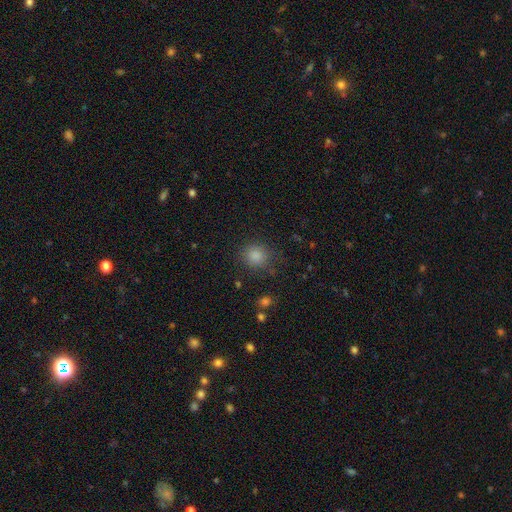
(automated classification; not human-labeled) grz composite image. It shows a smooth galaxy with no disk features (84%) that is round (83%). Merging: none (80%).